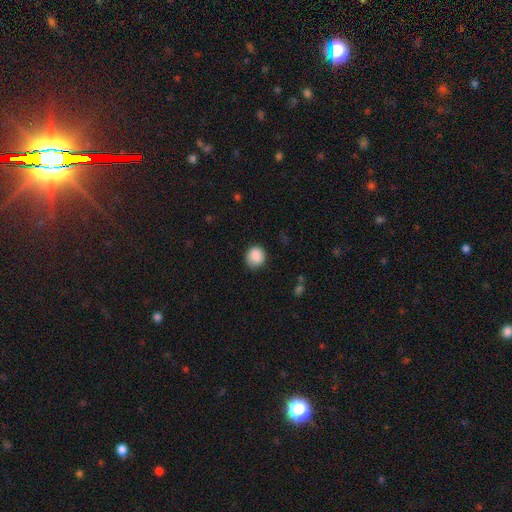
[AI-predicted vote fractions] This is clearly a smooth galaxy (87%). How rounded: likely round (78%). Merging: likely none (75%).